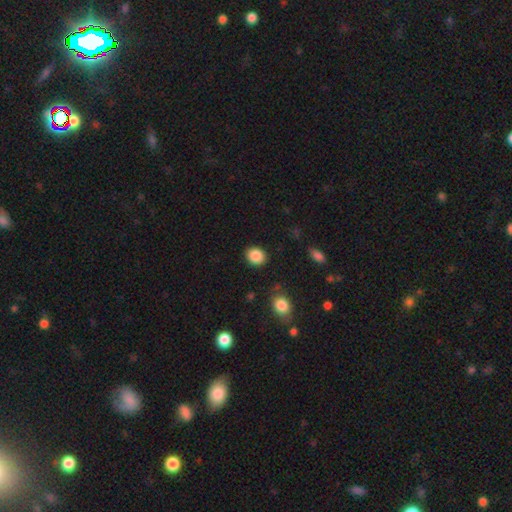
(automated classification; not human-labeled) The model was most divided on "how rounded": round: 64%, in between: 35%, cigar-shaped: 1%. More confident: merging — none (87%); smooth or featured — smooth (87%).